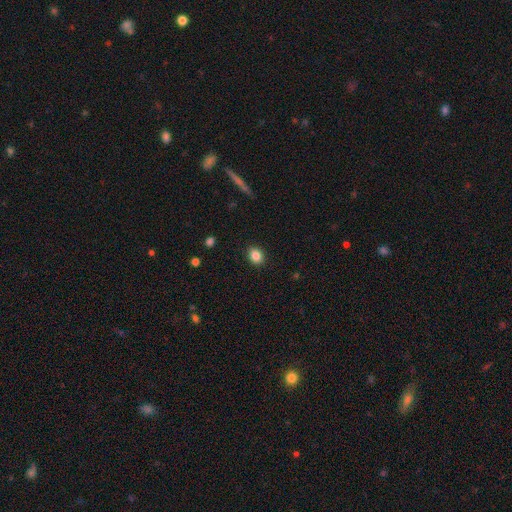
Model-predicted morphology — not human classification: Smooth or featured? Predicted: smooth (p=0.86). How rounded? Predicted: in between (p=0.53). Merging? Predicted: none (p=0.90).